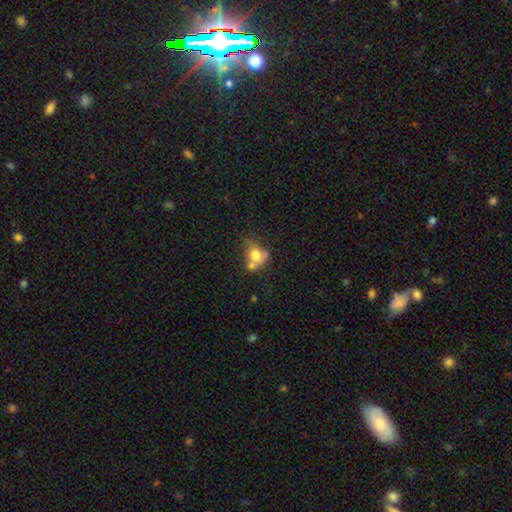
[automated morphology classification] smooth-or-featured: smooth: 69% | featured or disk: 20% | star or artifact: 10%
  how-rounded: round: 56% | in between: 42% | cigar-shaped: 1%
  merging: merger: 45% | none: 29% | minor disturbance: 16% | major disturbance: 10%